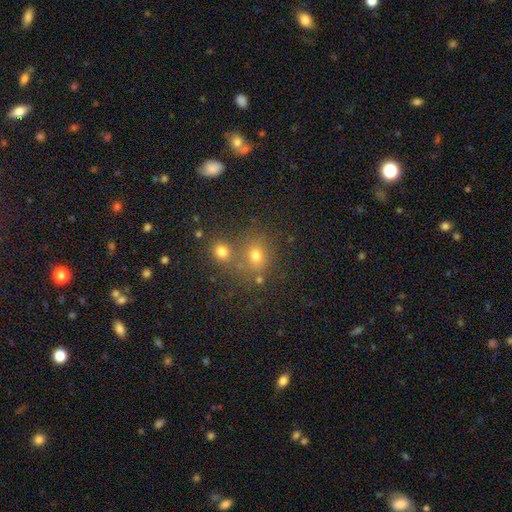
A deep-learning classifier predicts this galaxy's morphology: Smooth or featured? smooth (68%)
How rounded? round (72%)
Merging? none (58%)